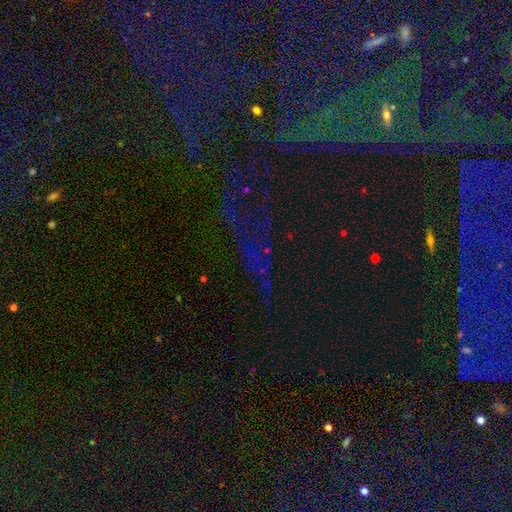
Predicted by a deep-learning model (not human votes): Smooth or featured? Predicted: star or artifact (p=0.74).